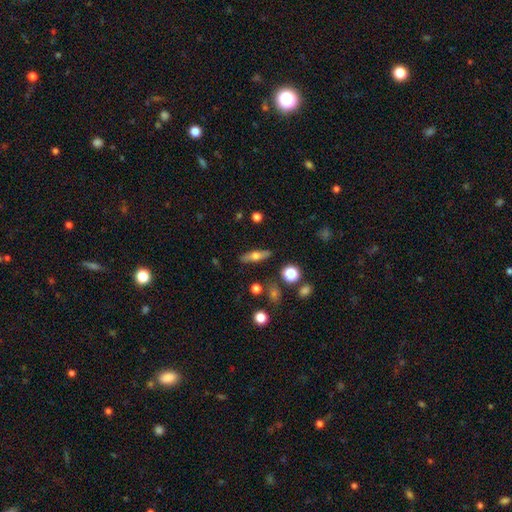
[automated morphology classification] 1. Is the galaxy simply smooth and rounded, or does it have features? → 51% smooth, 41% featured or disk, 8% star or artifact.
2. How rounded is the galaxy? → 54% cigar-shaped, 40% in between, 5% round.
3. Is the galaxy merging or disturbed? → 85% none, 10% minor disturbance, 3% merger, 3% major disturbance.